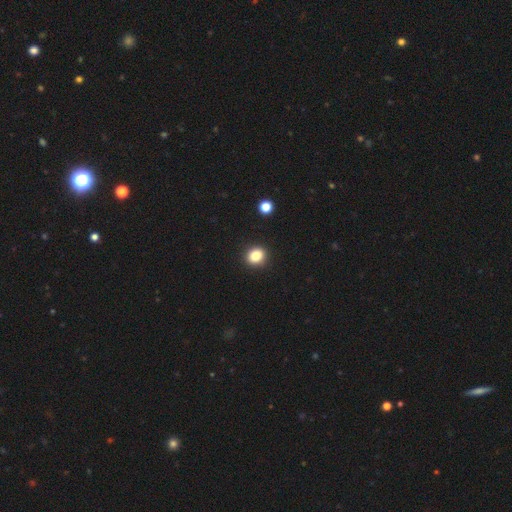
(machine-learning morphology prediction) Overall: smooth (83%). How rounded: round (74%). Merging: none (91%).